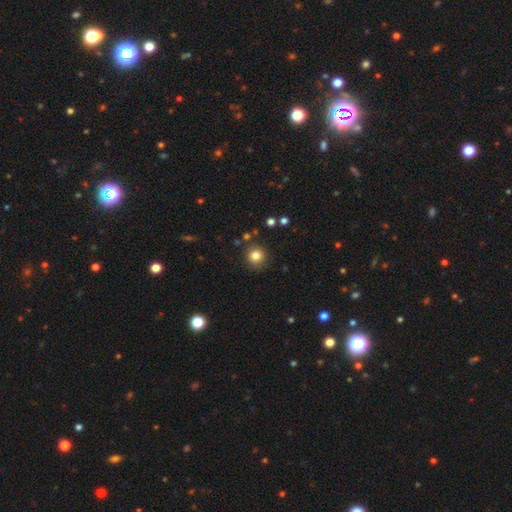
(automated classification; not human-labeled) Smooth or featured: smooth — 82% (star or artifact — 12%)
How rounded: round — 93% (in between — 6%)
Merging: none — 88% (minor disturbance — 7%)